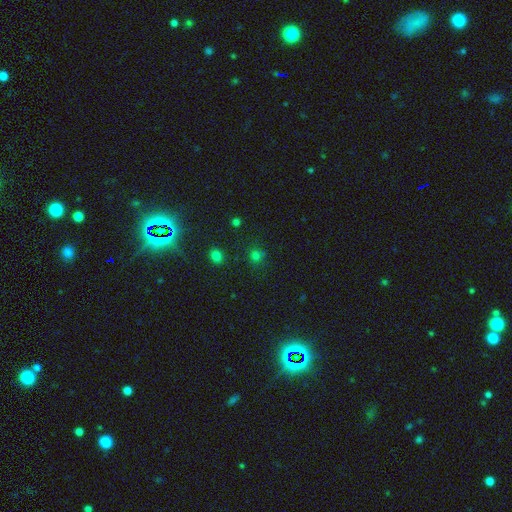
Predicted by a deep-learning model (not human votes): smooth-or-featured: smooth: 66% | star or artifact: 28% | featured or disk: 6%
  how-rounded: round: 87% | in between: 12% | cigar-shaped: 1%
  merging: none: 77% | minor disturbance: 11% | merger: 7% | major disturbance: 5%